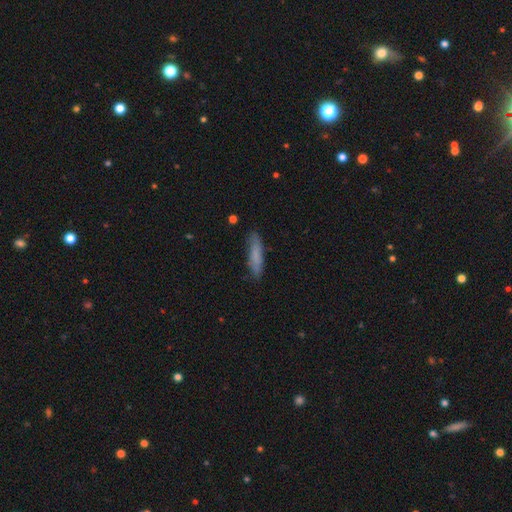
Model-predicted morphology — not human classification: Overall: smooth (75%). How rounded: cigar-shaped (79%). Merging: none (81%).